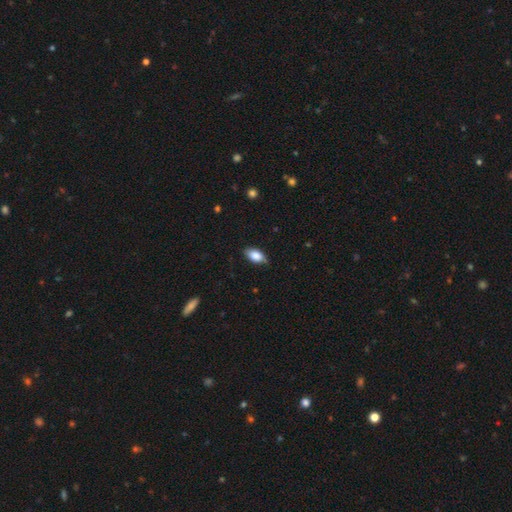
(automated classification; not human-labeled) Smooth or featured? smooth (84%)
How rounded? in between (92%)
Merging? none (78%)